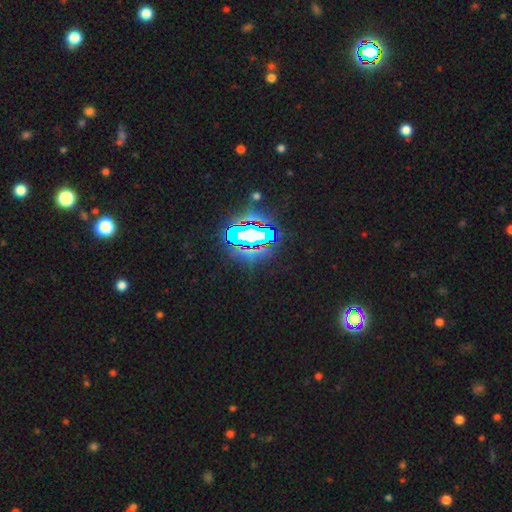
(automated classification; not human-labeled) Smooth or featured? star or artifact (83%)